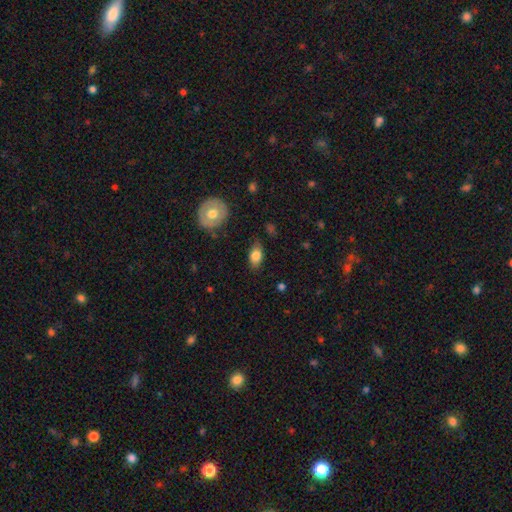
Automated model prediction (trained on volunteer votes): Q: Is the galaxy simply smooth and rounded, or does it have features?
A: smooth — 78%.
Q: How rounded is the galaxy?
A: in between — 86%.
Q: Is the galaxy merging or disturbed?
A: none — 77%.